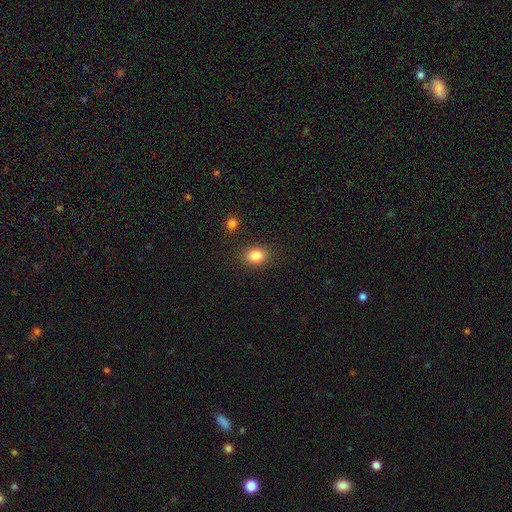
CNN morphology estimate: This appears to be a smooth galaxy with no disk features (84%) that is in between round and cigar-shaped (56%). Merging: none (86%).